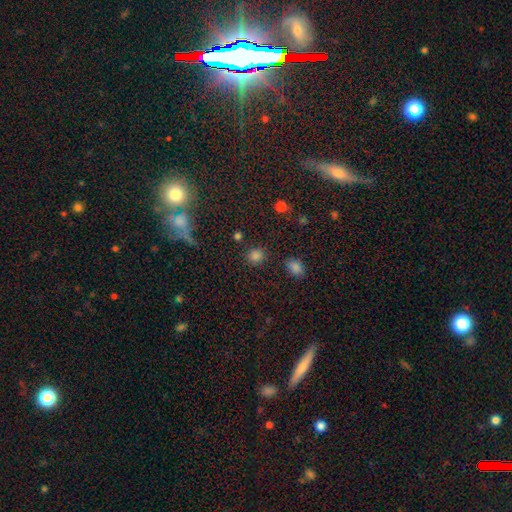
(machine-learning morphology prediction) This appears to be a smooth galaxy with no disk features (78%) that is round (81%). Merging: none (83%).